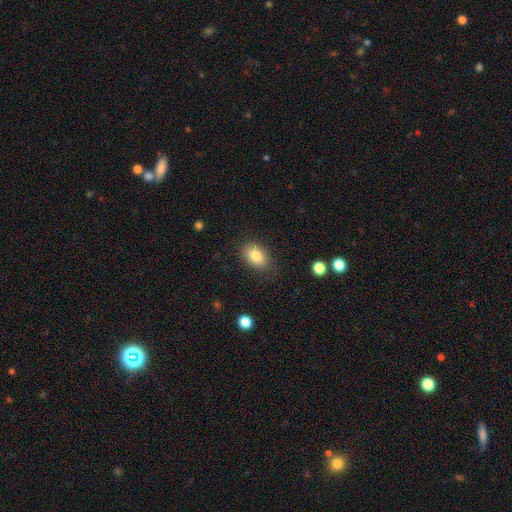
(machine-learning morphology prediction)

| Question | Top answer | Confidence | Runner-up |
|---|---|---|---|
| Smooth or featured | smooth | 83% | featured or disk (9%) |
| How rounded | in between | 83% | round (16%) |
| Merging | none | 83% | minor disturbance (13%) |